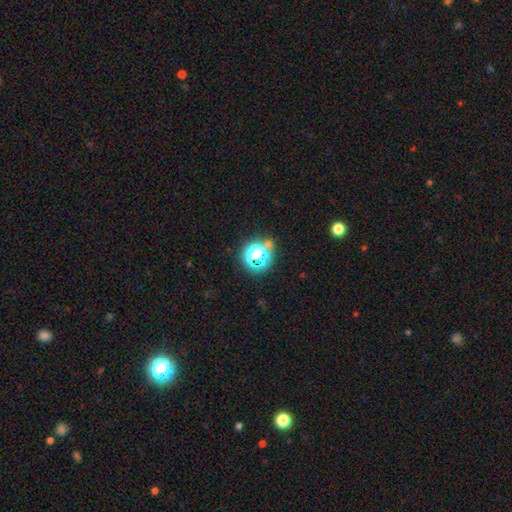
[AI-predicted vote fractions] Morphology: type=star or artifact (47%).